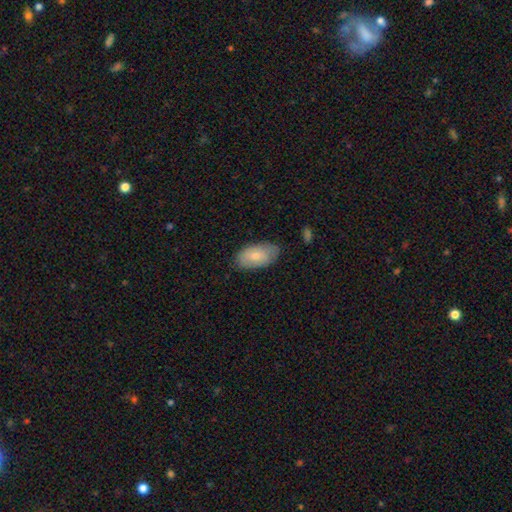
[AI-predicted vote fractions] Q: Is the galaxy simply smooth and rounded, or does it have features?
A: smooth — 75%.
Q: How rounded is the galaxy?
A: in between — 94%.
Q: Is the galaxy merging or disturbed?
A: none — 80%.